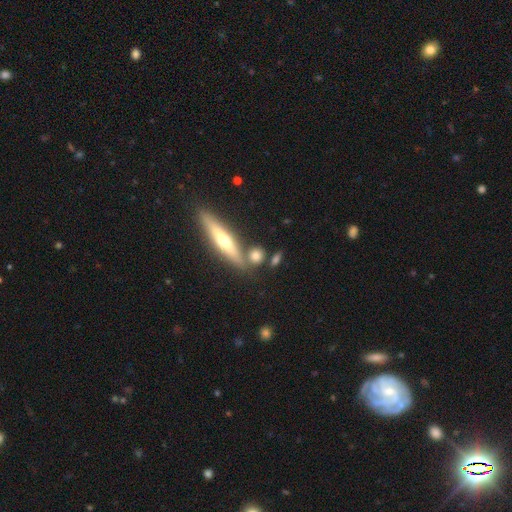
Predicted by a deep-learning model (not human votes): smooth_or_featured: smooth (p=0.70) [alt: featured or disk p=0.22]
how_rounded: round (p=0.52) [alt: in between p=0.27]
merging: none (p=0.70) [alt: merger p=0.16]